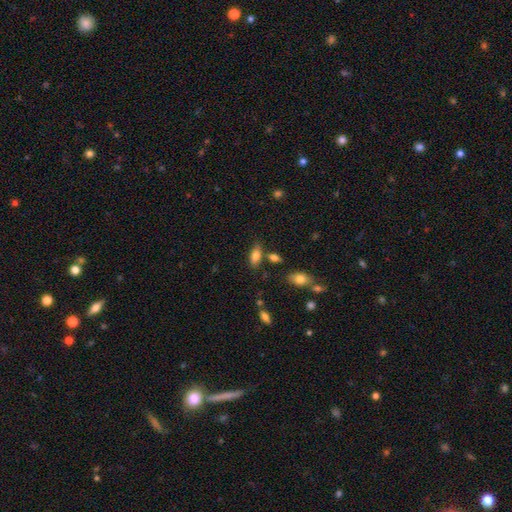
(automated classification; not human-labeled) smooth 79%, featured or disk 12%, star or artifact 9%. Down the decision tree: how rounded — in between (85%); merging — none (71%).